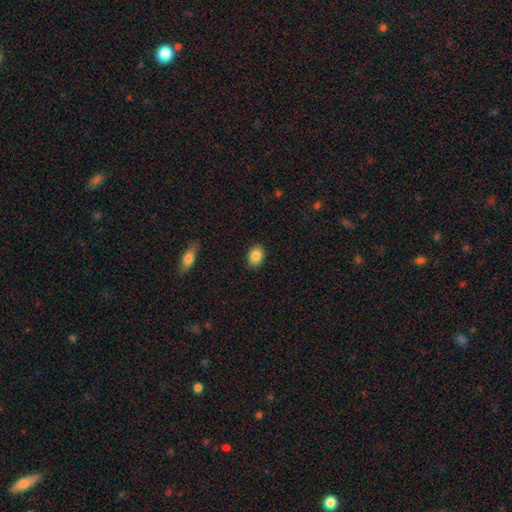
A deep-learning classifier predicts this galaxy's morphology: This is clearly a smooth galaxy (85%). How rounded: likely in between (75%). Merging: clearly none (89%).